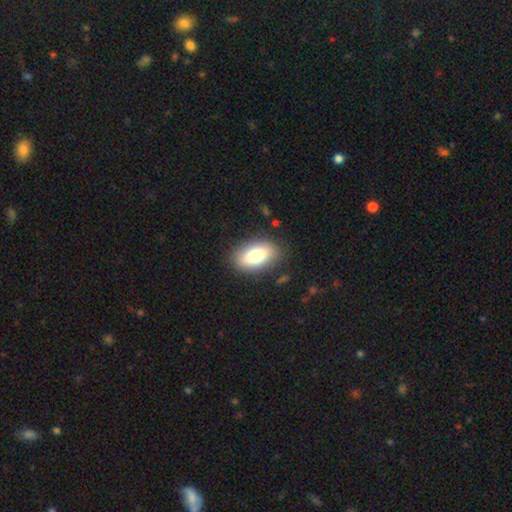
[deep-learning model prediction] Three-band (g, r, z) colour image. It shows a smooth galaxy with no disk features (77%) that is in between round and cigar-shaped (90%). Merging: none (85%).